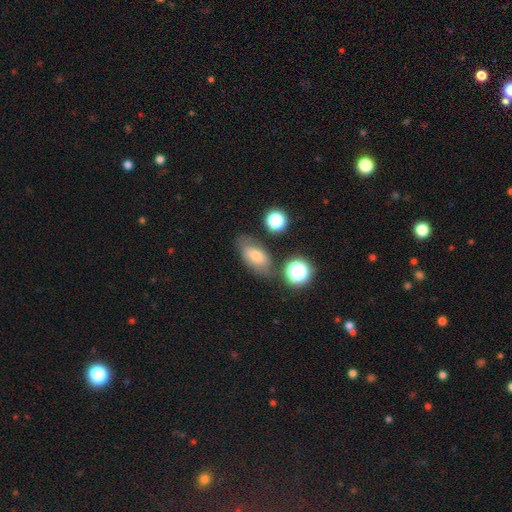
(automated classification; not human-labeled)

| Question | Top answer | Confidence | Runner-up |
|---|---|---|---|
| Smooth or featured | smooth | 62% | featured or disk (24%) |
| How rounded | in between | 83% | round (11%) |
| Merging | none | 69% | minor disturbance (18%) |